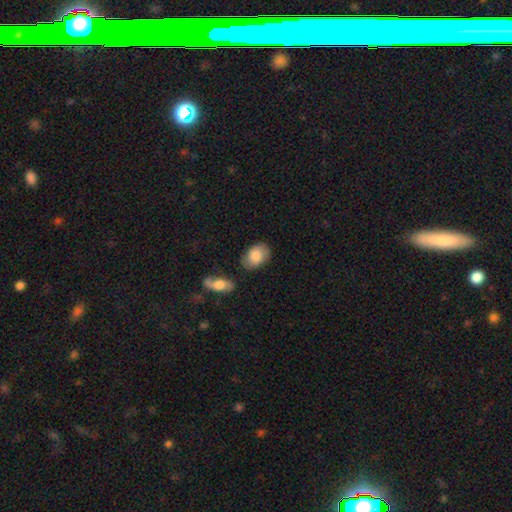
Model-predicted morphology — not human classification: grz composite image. It shows a smooth galaxy with no disk features (78%) that is in between round and cigar-shaped (85%). Merging: none (71%).